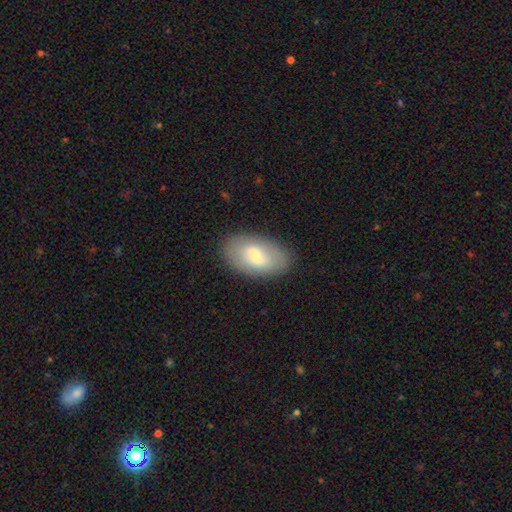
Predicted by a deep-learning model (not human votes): Smooth or featured: smooth — 58% (featured or disk — 35%)
How rounded: in between — 93% (round — 4%)
Merging: none — 83% (minor disturbance — 12%)